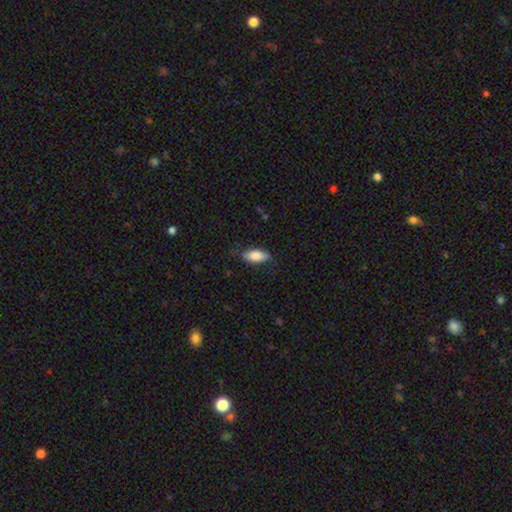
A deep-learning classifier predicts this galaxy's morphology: Smooth or featured? smooth (82%)
How rounded? in between (84%)
Merging? none (71%)